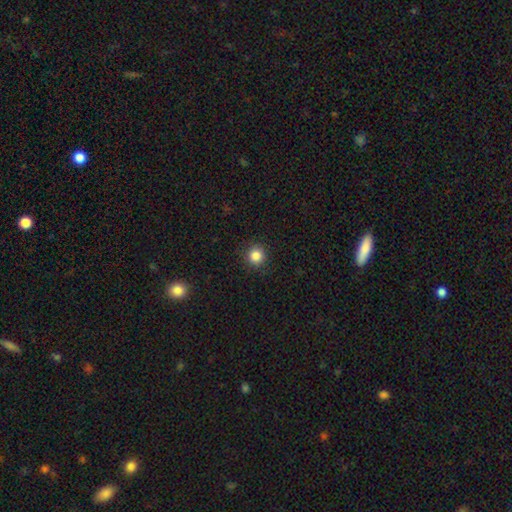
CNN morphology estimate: smooth 85%, star or artifact 11%, featured or disk 4%. Down the decision tree: how rounded — round (94%); merging — none (92%).